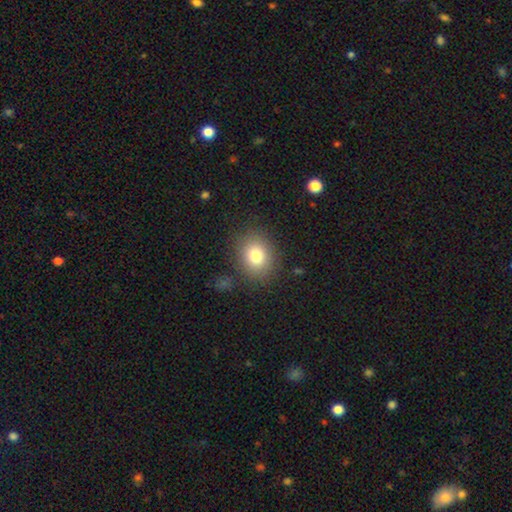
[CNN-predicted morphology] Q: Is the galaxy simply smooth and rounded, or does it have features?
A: smooth — 79%.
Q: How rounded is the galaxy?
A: round — 60%.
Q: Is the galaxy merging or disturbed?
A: none — 84%.